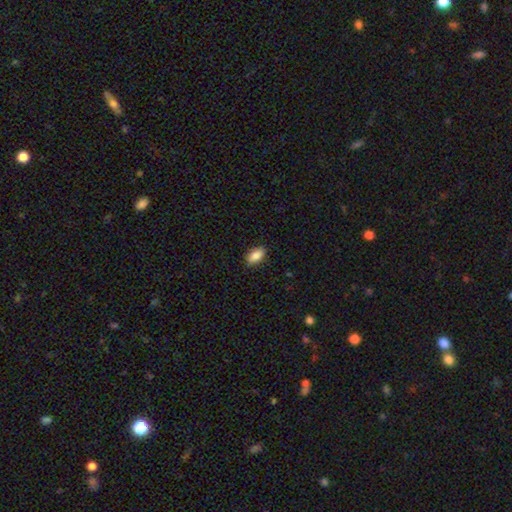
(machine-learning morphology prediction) A smooth galaxy with no disk features (85%) that is in between round and cigar-shaped (91%). Merging: none (87%).